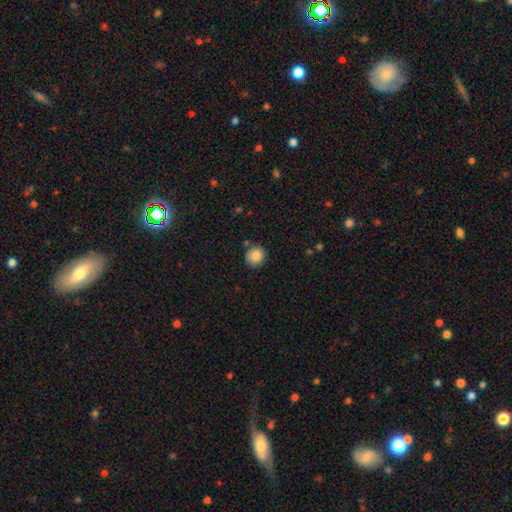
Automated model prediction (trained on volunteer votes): smooth 87%, star or artifact 9%, featured or disk 5%. Down the decision tree: how rounded — round (89%); merging — none (82%).